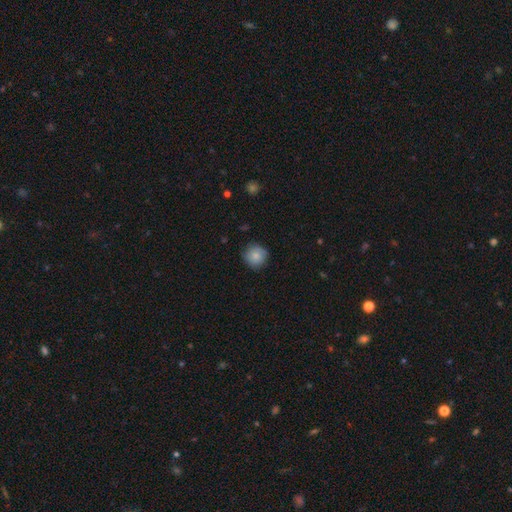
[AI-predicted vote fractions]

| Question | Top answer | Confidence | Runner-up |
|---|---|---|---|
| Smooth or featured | smooth | 83% | featured or disk (9%) |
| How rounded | round | 93% | in between (6%) |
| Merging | none | 84% | minor disturbance (12%) |